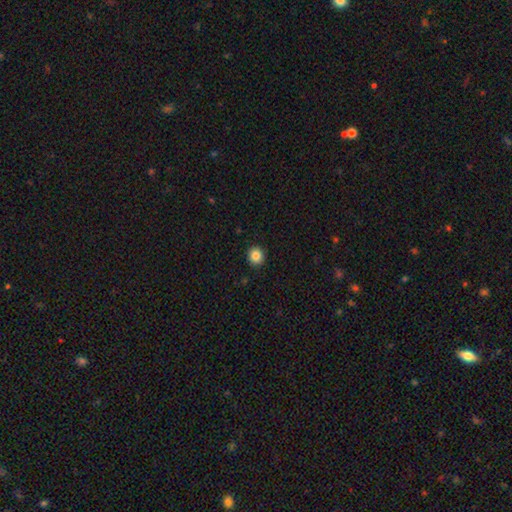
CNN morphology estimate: smooth_or_featured: smooth (p=0.86) [alt: star or artifact p=0.10]
how_rounded: round (p=0.89) [alt: in between p=0.11]
merging: none (p=0.92) [alt: minor disturbance p=0.05]